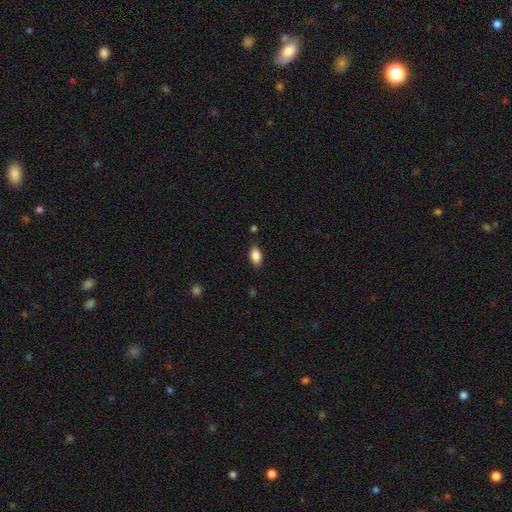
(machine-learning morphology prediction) The model was most divided on "merging": none: 83%, minor disturbance: 12%, major disturbance: 3%, merger: 2%. More confident: how rounded — in between (91%); smooth or featured — smooth (87%).